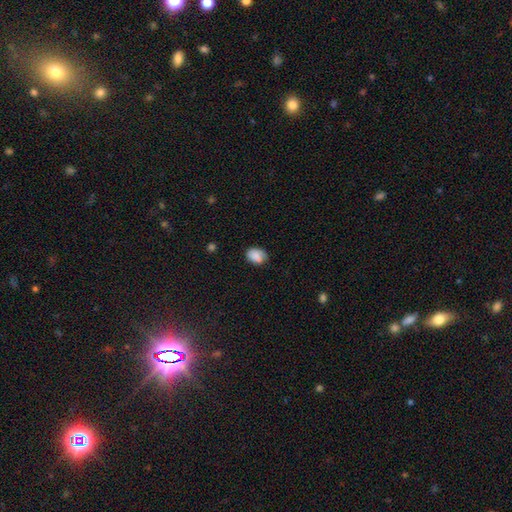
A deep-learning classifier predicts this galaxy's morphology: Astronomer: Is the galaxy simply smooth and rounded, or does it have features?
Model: smooth — 85%.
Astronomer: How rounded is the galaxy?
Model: in between — 74%.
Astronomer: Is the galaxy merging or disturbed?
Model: none — 71%.